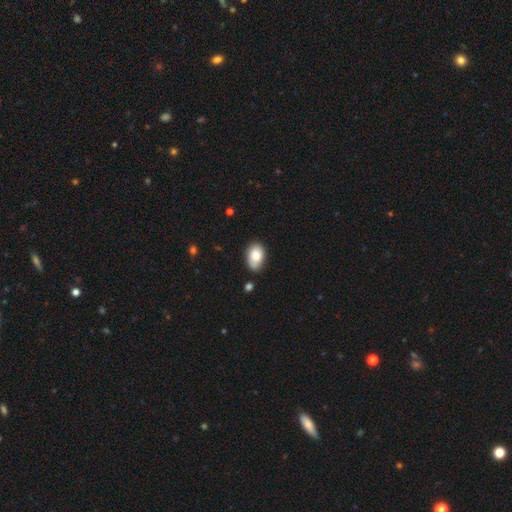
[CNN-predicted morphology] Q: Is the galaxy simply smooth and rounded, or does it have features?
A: smooth — 83%.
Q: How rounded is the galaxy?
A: in between — 89%.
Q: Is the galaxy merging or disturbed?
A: none — 73%.